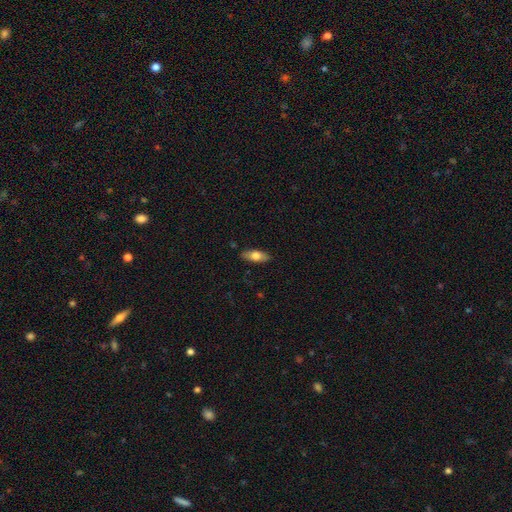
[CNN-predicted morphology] Q: Smooth or featured?
A: smooth (69%); runner-up: featured or disk (25%)
Q: How rounded?
A: in between (76%); runner-up: cigar-shaped (21%)
Q: Merging?
A: none (87%); runner-up: minor disturbance (10%)